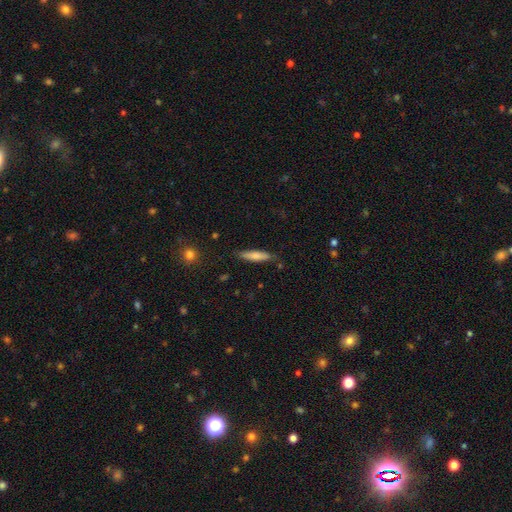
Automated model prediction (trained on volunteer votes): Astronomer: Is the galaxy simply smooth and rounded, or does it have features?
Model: smooth — 76%.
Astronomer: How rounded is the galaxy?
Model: cigar-shaped — 76%.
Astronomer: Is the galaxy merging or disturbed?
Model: none — 83%.